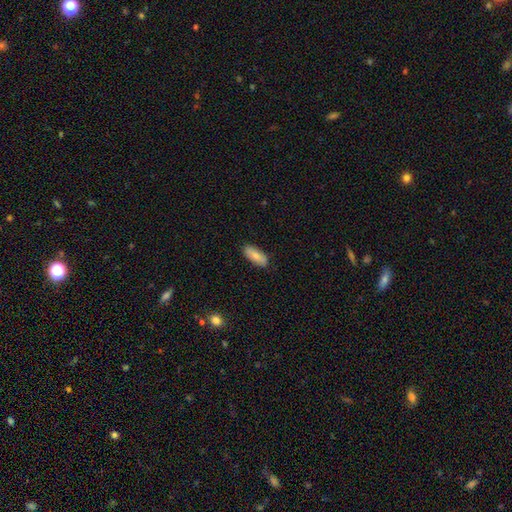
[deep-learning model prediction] smooth_or_featured: smooth (p=0.81) [alt: featured or disk p=0.13]
how_rounded: in between (p=0.79) [alt: cigar-shaped p=0.19]
merging: none (p=0.88) [alt: minor disturbance p=0.09]